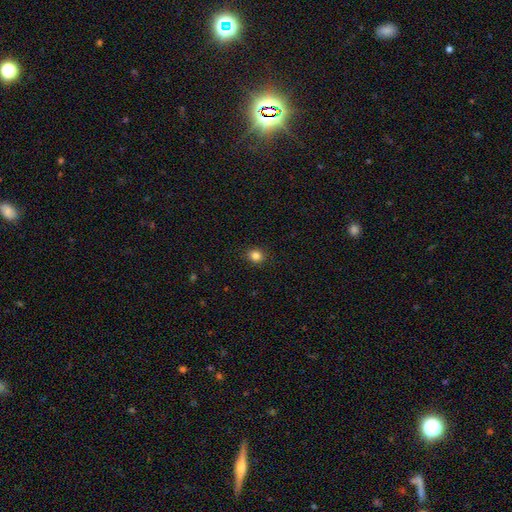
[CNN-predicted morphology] A smooth galaxy with no disk features (84%) that is round (76%). Merging: none (90%).